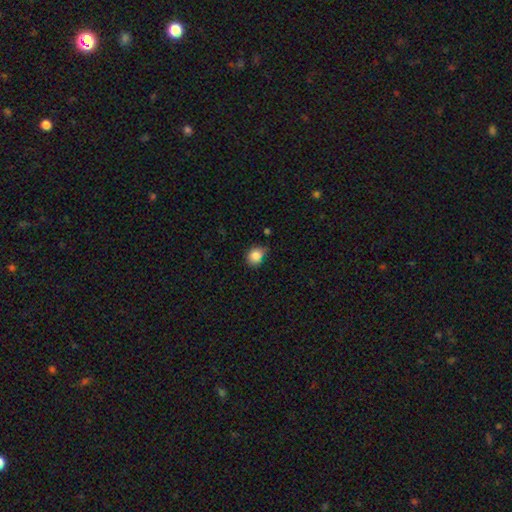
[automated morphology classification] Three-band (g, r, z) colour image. It shows a smooth galaxy with no disk features (85%) that is round (63%). Merging: none (60%).